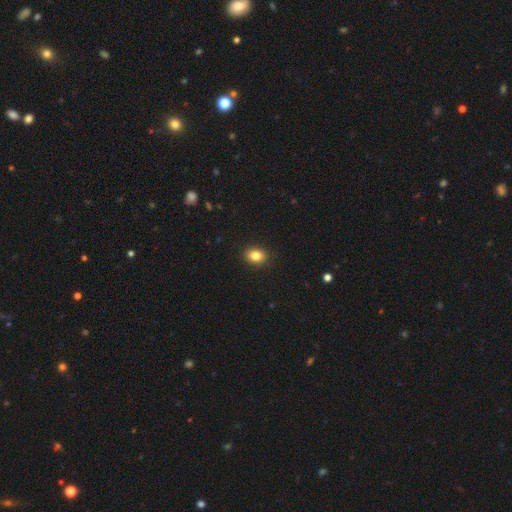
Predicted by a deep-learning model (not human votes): A smooth galaxy with no disk features (84%) that is in between round and cigar-shaped (58%). Merging: none (90%).